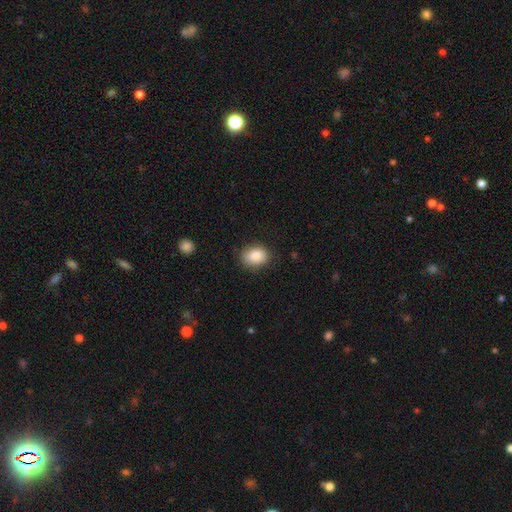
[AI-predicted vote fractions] Smooth or featured? smooth (86%)
How rounded? in between (63%)
Merging? none (82%)